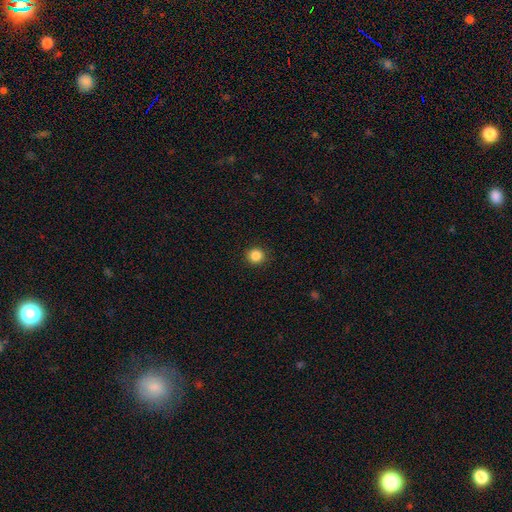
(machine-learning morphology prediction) This is clearly a smooth galaxy (85%). How rounded: clearly round (93%). Merging: clearly none (92%).